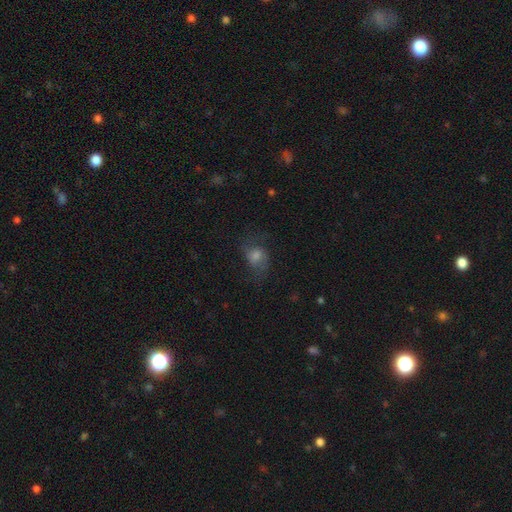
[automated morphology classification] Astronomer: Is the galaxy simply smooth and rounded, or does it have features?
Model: smooth — 45% (runner-up: featured or disk, 37%).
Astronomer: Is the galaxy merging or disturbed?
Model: none — 59%.